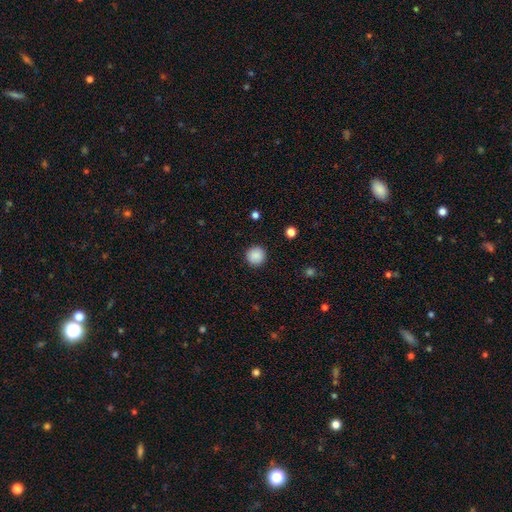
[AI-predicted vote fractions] A smooth galaxy with no disk features (89%) that is round (96%). Merging: none (92%).